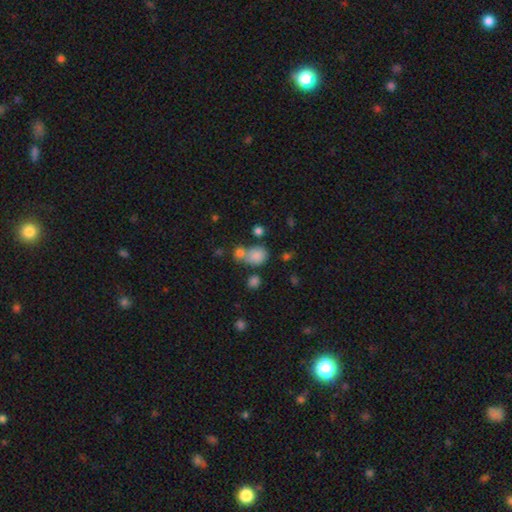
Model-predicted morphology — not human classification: Q: Smooth or featured?
A: smooth (79%); runner-up: star or artifact (12%)
Q: How rounded?
A: round (56%); runner-up: in between (42%)
Q: Merging?
A: none (46%); runner-up: merger (36%)